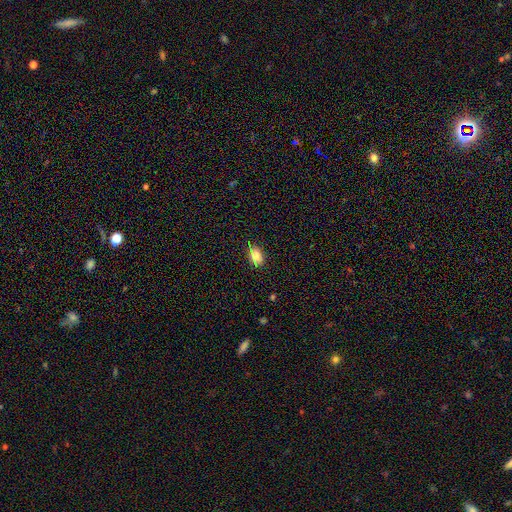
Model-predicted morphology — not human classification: smooth-or-featured: smooth: 78% | star or artifact: 13% | featured or disk: 9%
  how-rounded: in between: 77% | round: 21% | cigar-shaped: 3%
  merging: none: 78% | minor disturbance: 17% | major disturbance: 3% | merger: 1%